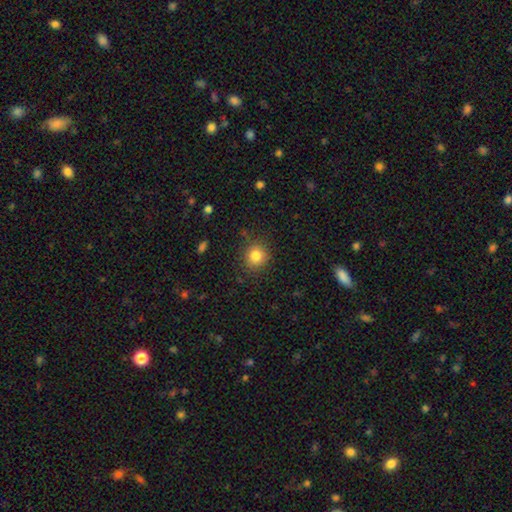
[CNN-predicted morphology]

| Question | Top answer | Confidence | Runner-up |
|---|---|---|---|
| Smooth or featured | smooth | 82% | star or artifact (11%) |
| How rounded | round | 87% | in between (12%) |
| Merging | none | 86% | minor disturbance (10%) |